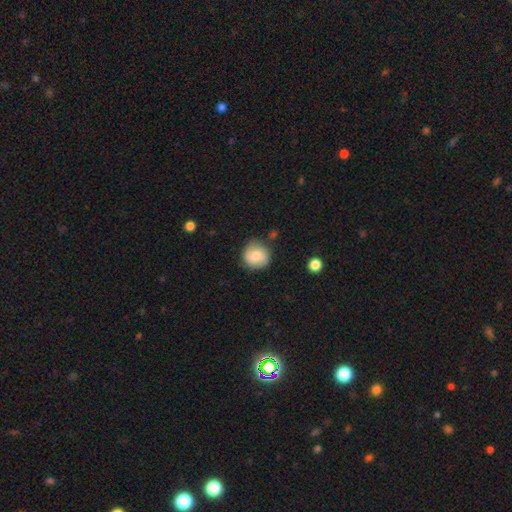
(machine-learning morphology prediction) A smooth galaxy with no disk features (70%) that is round (91%).

Vote fractions:
- Smooth or featured? smooth: 70% / featured or disk: 22% / star or artifact: 8%
- How rounded? round: 91% / in between: 8% / cigar-shaped: 1%
- Merging? none: 80% / minor disturbance: 14% / major disturbance: 3% / merger: 3%